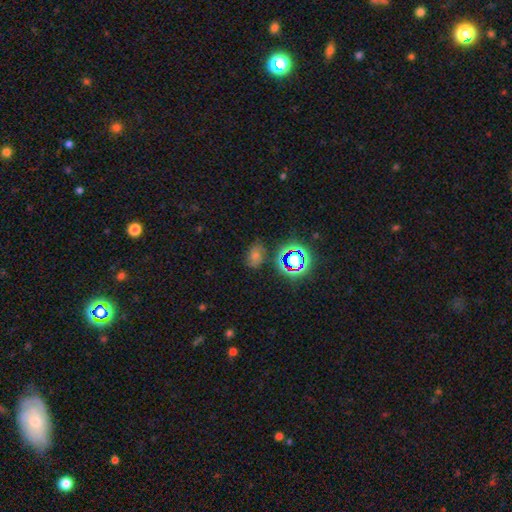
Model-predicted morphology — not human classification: smooth_or_featured: star or artifact (p=0.45) [alt: smooth p=0.41]